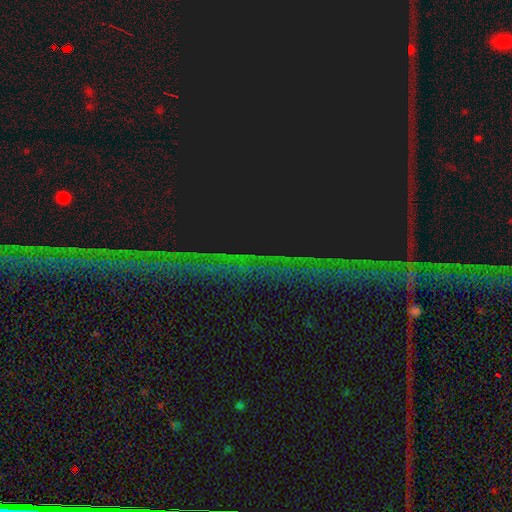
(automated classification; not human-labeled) Overall: star or artifact (86%).